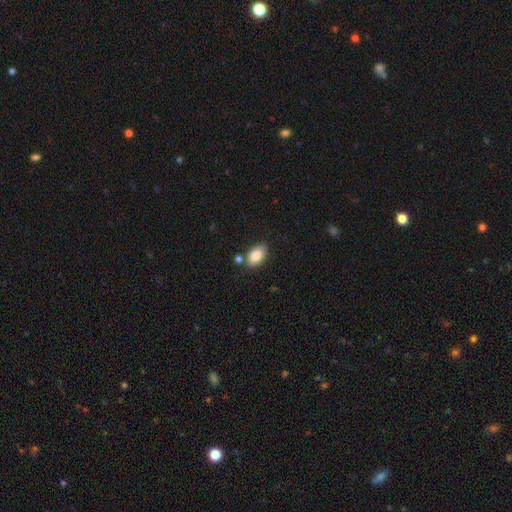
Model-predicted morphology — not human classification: type=smooth (84%); roundness=in between (92%); merging=none (77%).